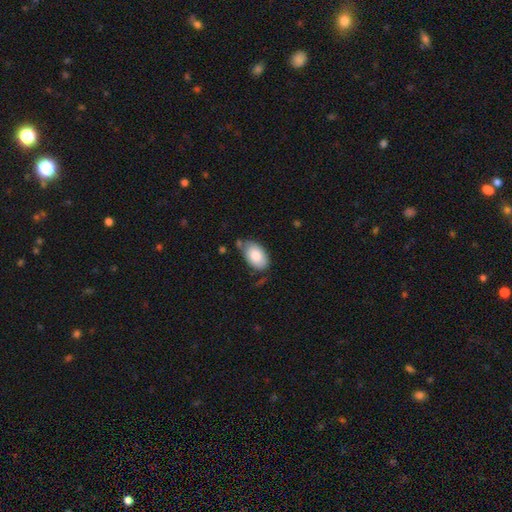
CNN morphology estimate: smooth 82%, featured or disk 11%, star or artifact 6%. Down the decision tree: how rounded — in between (92%); merging — none (67%).